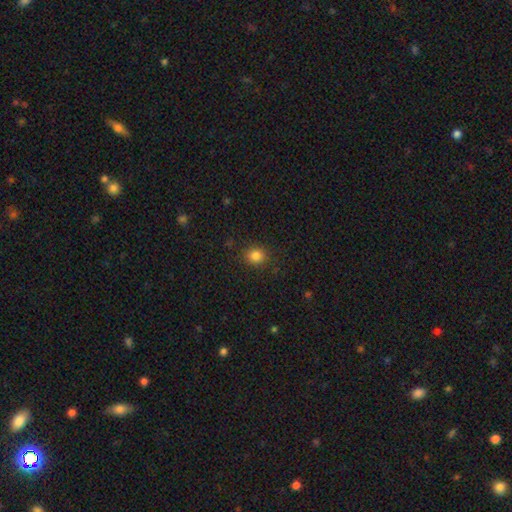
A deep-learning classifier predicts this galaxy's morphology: Smooth or featured: smooth — 83% (star or artifact — 12%)
How rounded: round — 75% (in between — 24%)
Merging: none — 88% (minor disturbance — 8%)